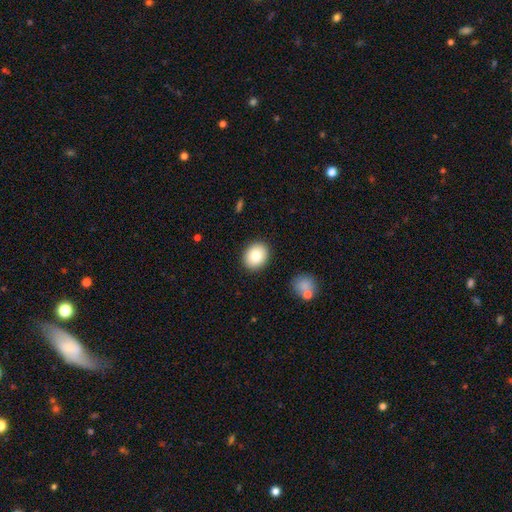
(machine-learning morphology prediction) A smooth galaxy with no disk features (84%) that is round (57%).

Vote fractions:
- Smooth or featured? smooth: 84% / featured or disk: 8% / star or artifact: 8%
- How rounded? round: 57% / in between: 42% / cigar-shaped: 1%
- Merging? none: 89% / minor disturbance: 7% / major disturbance: 2% / merger: 1%